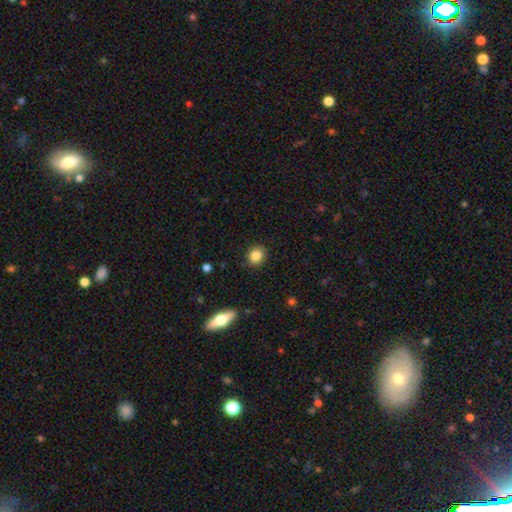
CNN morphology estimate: Smooth or featured? smooth (85%)
How rounded? round (73%)
Merging? none (88%)